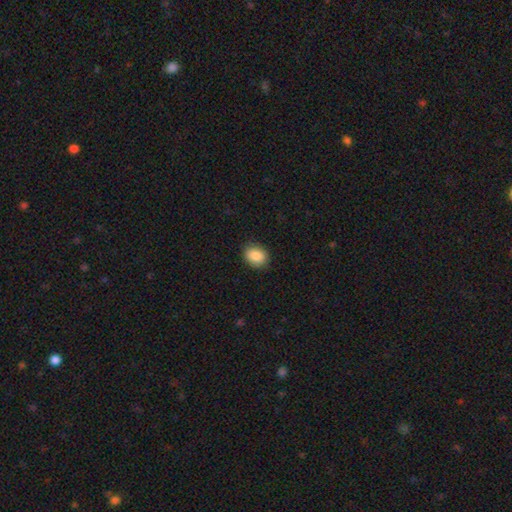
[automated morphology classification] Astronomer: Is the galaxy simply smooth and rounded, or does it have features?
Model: smooth — 87%.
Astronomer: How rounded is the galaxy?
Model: in between — 58% (runner-up: round, 41%).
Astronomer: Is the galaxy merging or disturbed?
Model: none — 87%.